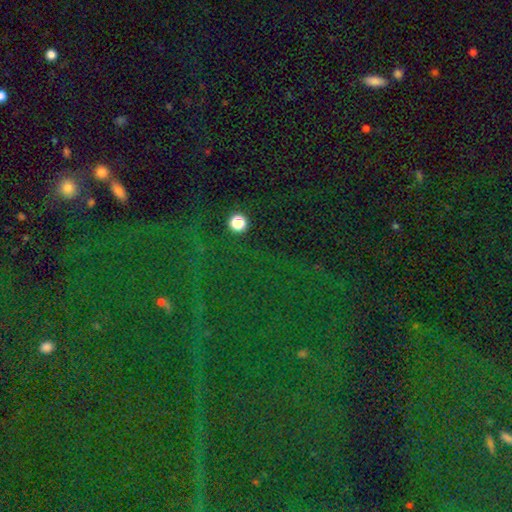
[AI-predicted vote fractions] smooth-or-featured: star or artifact: 83% | smooth: 10% | featured or disk: 8%